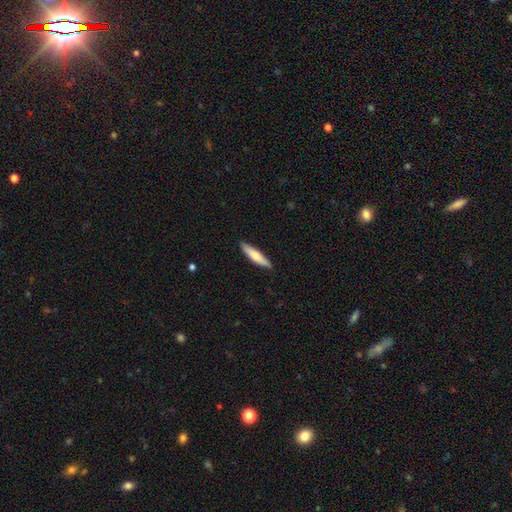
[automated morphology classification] type=smooth (67%); roundness=cigar-shaped (81%); merging=none (90%).